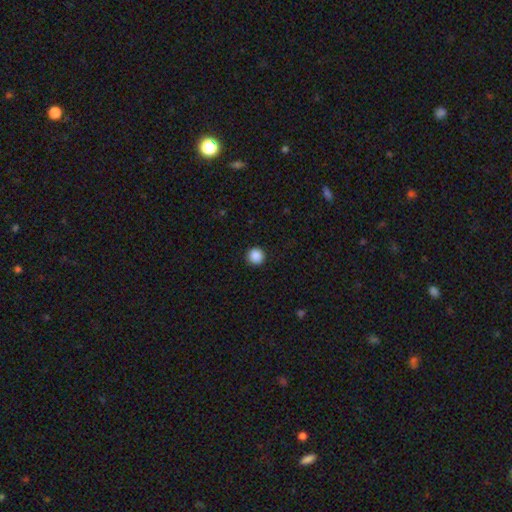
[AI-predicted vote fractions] smooth-or-featured: smooth: 89% | star or artifact: 9% | featured or disk: 2%
  how-rounded: round: 96% | in between: 3% | cigar-shaped: 1%
  merging: none: 93% | minor disturbance: 4% | major disturbance: 2% | merger: 1%